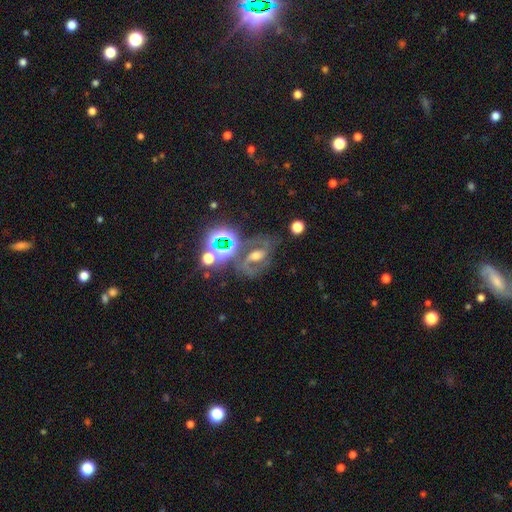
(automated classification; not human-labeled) Overall: featured or disk (60%; star or artifact 25%). Edge-on disk: no (95%). Bar: strong (40%; weak 34%). Spiral arms: yes (85%). Bulge size: moderate (55%; large 19%). Merging: none (61%).